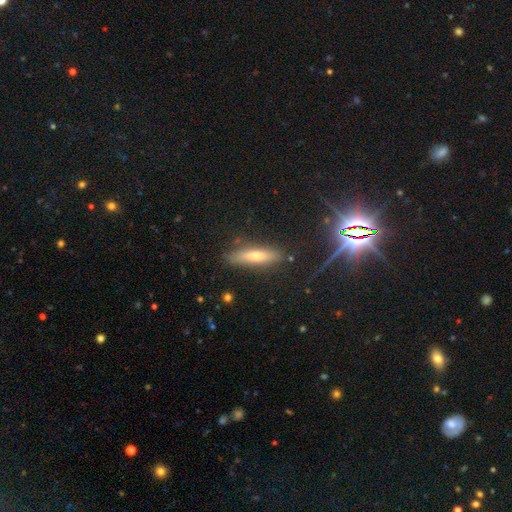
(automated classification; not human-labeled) A smooth galaxy with no disk features (52%) that is cigar-shaped (77%).

Vote fractions:
- Smooth or featured? smooth: 52% / featured or disk: 33% / star or artifact: 14%
- How rounded? cigar-shaped: 77% / in between: 21% / round: 2%
- Merging? none: 84% / minor disturbance: 12% / major disturbance: 3% / merger: 2%